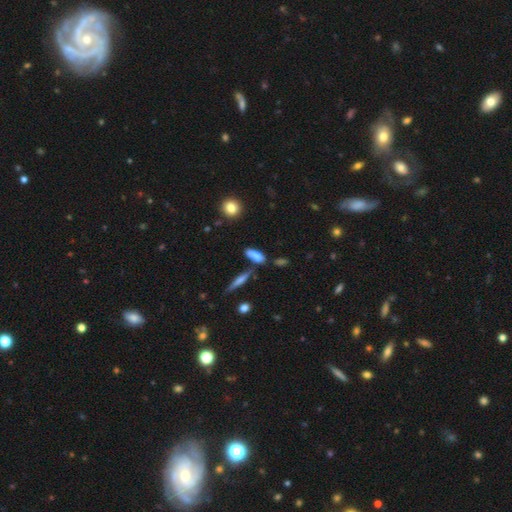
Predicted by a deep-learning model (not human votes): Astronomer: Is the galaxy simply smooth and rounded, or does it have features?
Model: smooth — 75%.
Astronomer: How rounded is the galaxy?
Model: in between — 61%.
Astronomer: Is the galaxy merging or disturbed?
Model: none — 64%.